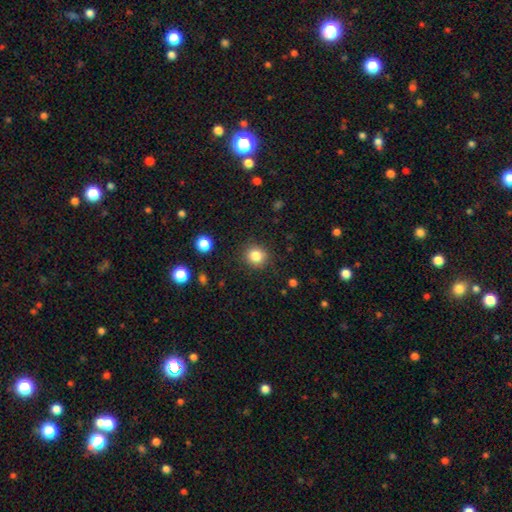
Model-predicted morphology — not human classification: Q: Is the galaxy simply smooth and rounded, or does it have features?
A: smooth — 83%.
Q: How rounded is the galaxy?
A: round — 89%.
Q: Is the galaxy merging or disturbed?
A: none — 89%.